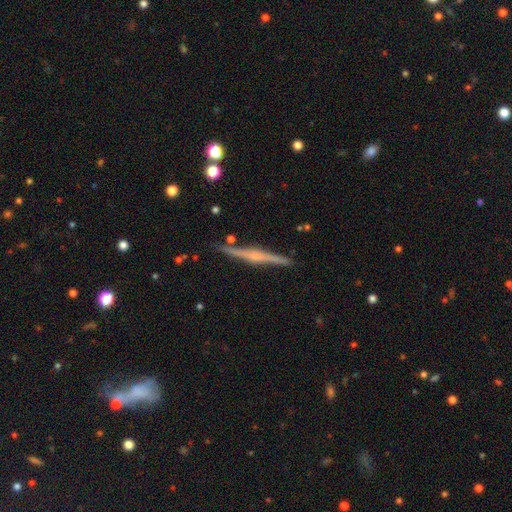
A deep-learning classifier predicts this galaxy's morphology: Smooth or featured? featured or disk (79%)
Edge-on disk? yes (98%)
Edge-on bulge? rounded (64%)
Merging? none (89%)